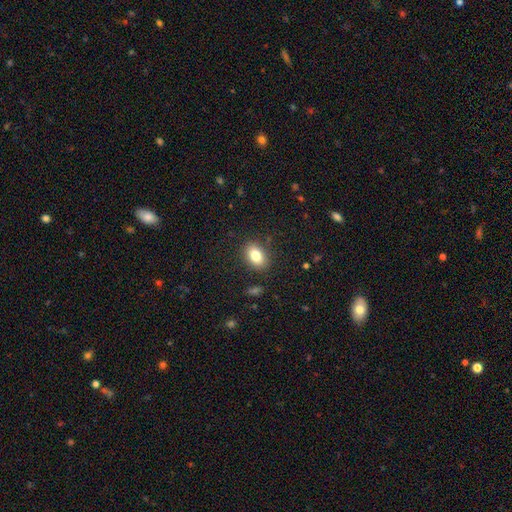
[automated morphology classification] This is clearly a smooth galaxy (82%). How rounded: clearly in between (81%). Merging: clearly none (86%).